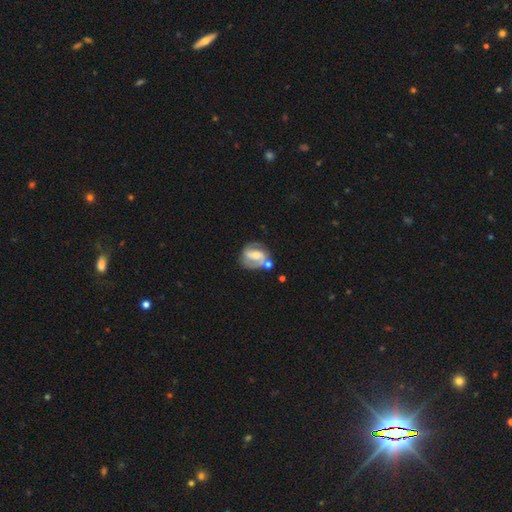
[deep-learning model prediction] A featured or disk galaxy (76%) with a weak bar (44%), 2 (81%) medium (48%) spiral arms (90%) and a moderate central bulge (50%).

Vote fractions:
- Smooth or featured? featured or disk: 76% / smooth: 18% / star or artifact: 6%
- Edge-on disk? no: 97% / yes: 3%
- Bar? weak: 44% / strong: 29% / no: 27%
- Spiral arms? yes: 90% / no: 10%
- Spiral winding? medium: 48% / tight: 34% / loose: 18%
- Spiral arm count? 2: 81% / can't tell: 9% / 1: 5% / 3: 3% / 4: 1% / more than 4: 1%
- Bulge size? moderate: 50% / small: 37% / large: 7% / none: 5% / dominant: 1%
- Merging? none: 58% / minor disturbance: 18% / merger: 15% / major disturbance: 9%